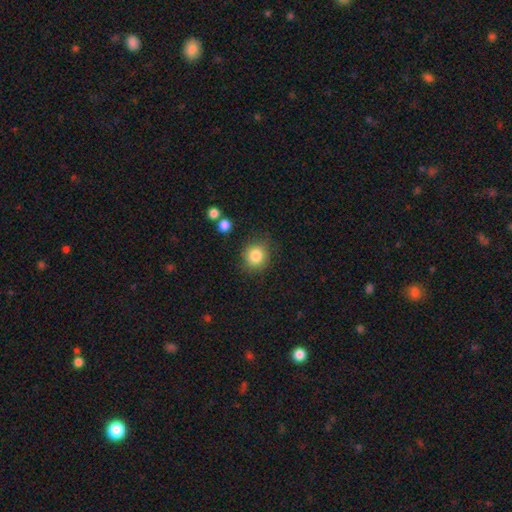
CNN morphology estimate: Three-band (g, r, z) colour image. It shows a smooth galaxy with no disk features (84%) that is round (83%). Merging: none (82%).